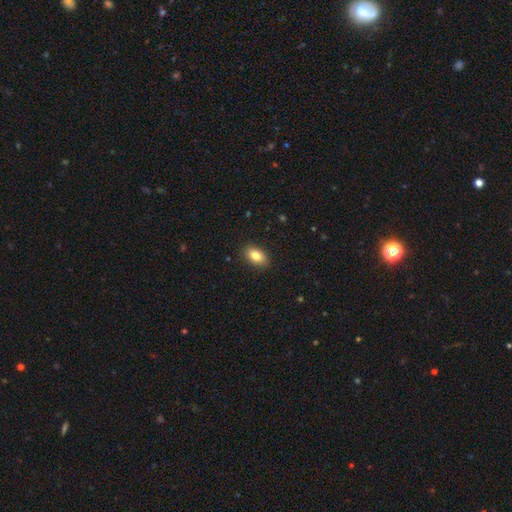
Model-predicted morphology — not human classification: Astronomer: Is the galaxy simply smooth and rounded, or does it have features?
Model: smooth — 84%.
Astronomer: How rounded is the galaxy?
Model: in between — 89%.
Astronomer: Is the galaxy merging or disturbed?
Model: none — 88%.